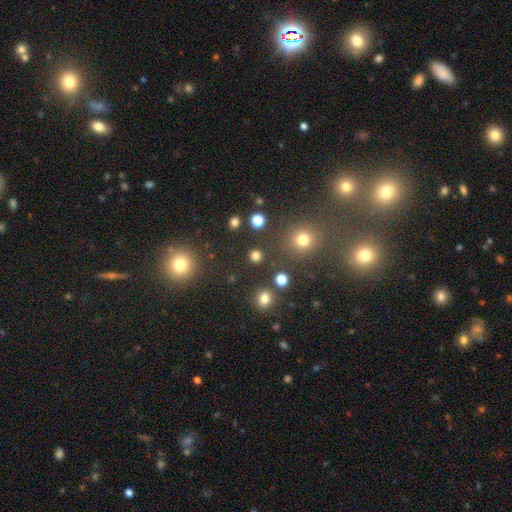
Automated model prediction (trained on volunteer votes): Overall: smooth (77%). How rounded: round (91%). Merging: none (87%).